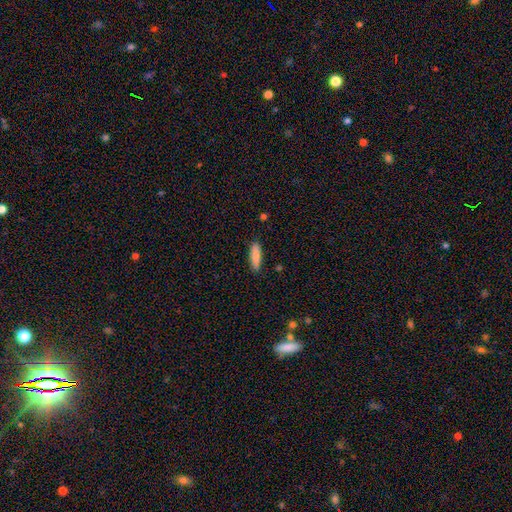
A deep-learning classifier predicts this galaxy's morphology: type=smooth (83%); roundness=cigar-shaped (60%); merging=none (86%).